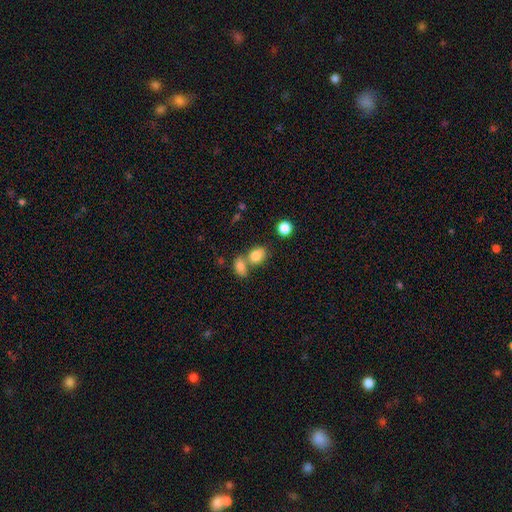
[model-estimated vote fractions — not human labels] Smooth or featured?
  - smooth: 83% *
  - star or artifact: 10%
  - featured or disk: 7%
How rounded?
  - in between: 66% *
  - round: 33%
  - cigar-shaped: 1%
Merging?
  - none: 44% *
  - merger: 42%
  - minor disturbance: 10%
  - major disturbance: 4%